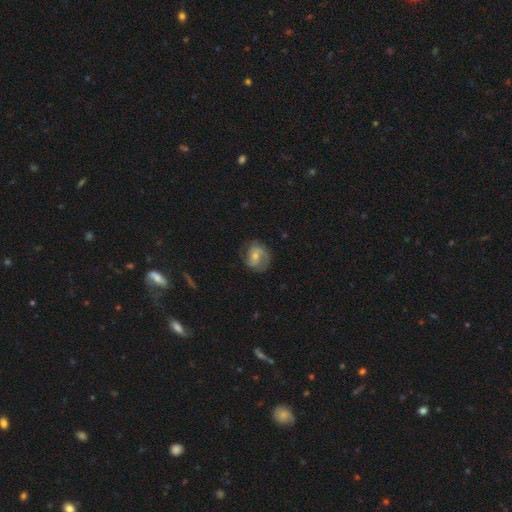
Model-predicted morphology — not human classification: Smooth or featured: featured or disk — 63% (smooth — 30%)
Edge-on disk: no — 97% (yes — 3%)
Bar: no — 48% (weak — 40%)
Spiral arms: yes — 89% (no — 11%)
Spiral winding: medium — 47% (tight — 28%)
Spiral arm count: 2 — 77% (can't tell — 12%)
Bulge size: small — 51% (moderate — 41%)
Merging: none — 70% (minor disturbance — 19%)